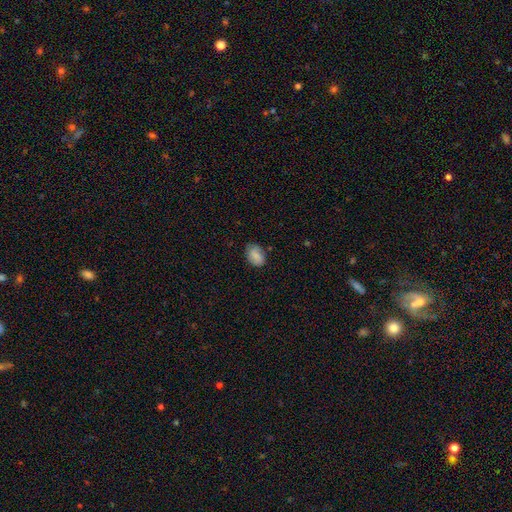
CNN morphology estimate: smooth_or_featured: smooth (p=0.83) [alt: featured or disk p=0.10]
how_rounded: in between (p=0.81) [alt: round p=0.18]
merging: none (p=0.73) [alt: minor disturbance p=0.21]